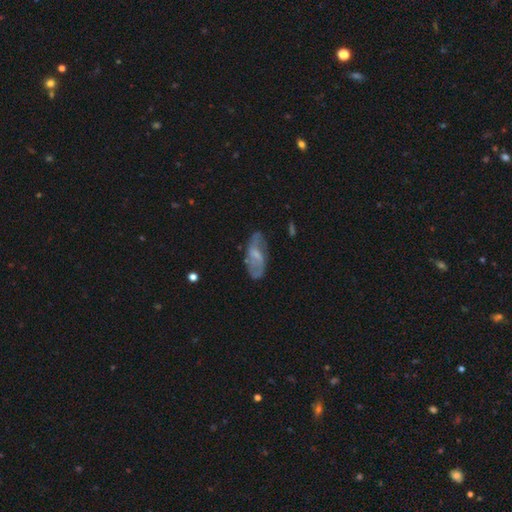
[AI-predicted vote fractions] The model was most divided on "bulge size": small: 39%, moderate: 30%, none: 26%, large: 3%, dominant: 1%. More confident: edge-on disk — no (91%); spiral arms — yes (79%); merging — none (66%); smooth or featured — featured or disk (63%); bar — weak (51%).